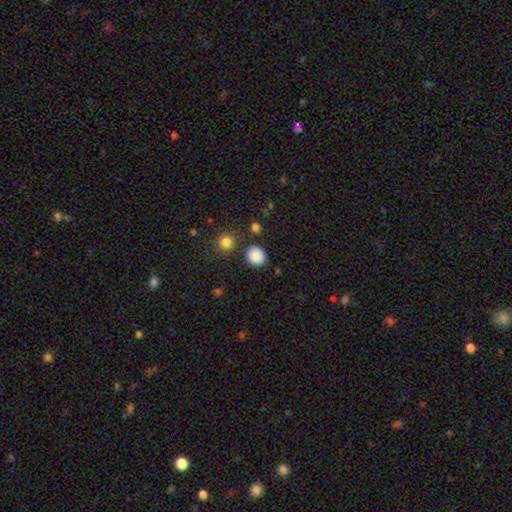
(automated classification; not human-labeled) Overall: smooth (87%). How rounded: round (78%). Merging: none (84%).